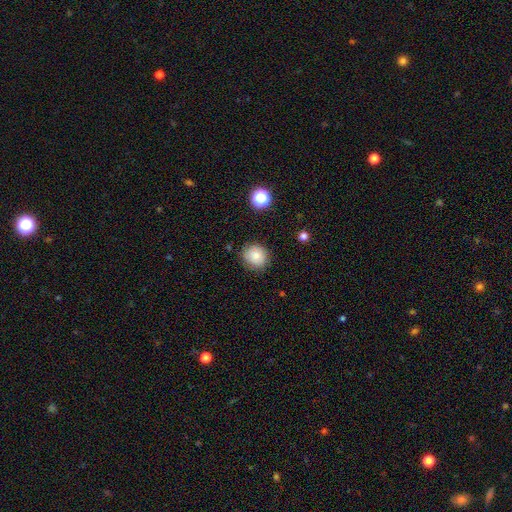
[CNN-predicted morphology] A smooth galaxy with no disk features (77%) that is round (83%). Merging: none (80%).